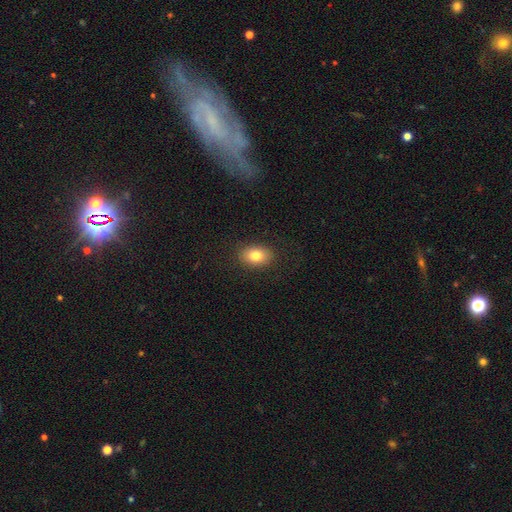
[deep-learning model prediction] Morphology: type=smooth (81%); roundness=in between (79%); merging=none (88%).